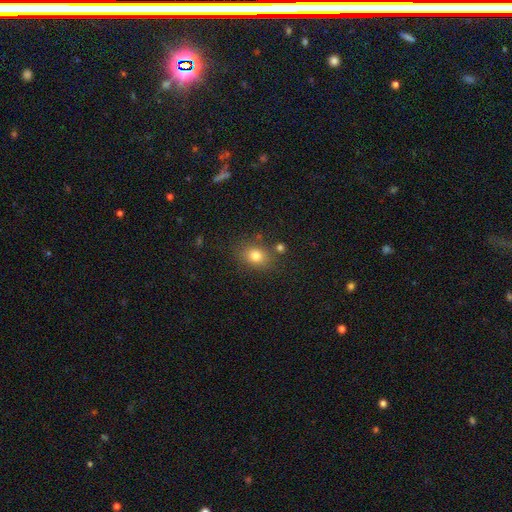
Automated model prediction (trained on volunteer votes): The model was most divided on "how rounded": in between: 53%, round: 46%, cigar-shaped: 1%. More confident: smooth or featured — smooth (79%); merging — none (78%).